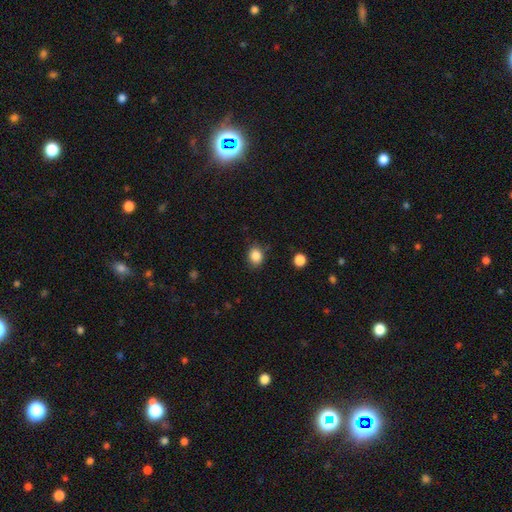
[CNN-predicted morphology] smooth 86%, star or artifact 10%, featured or disk 4%. Down the decision tree: how rounded — round (57%); merging — none (83%).